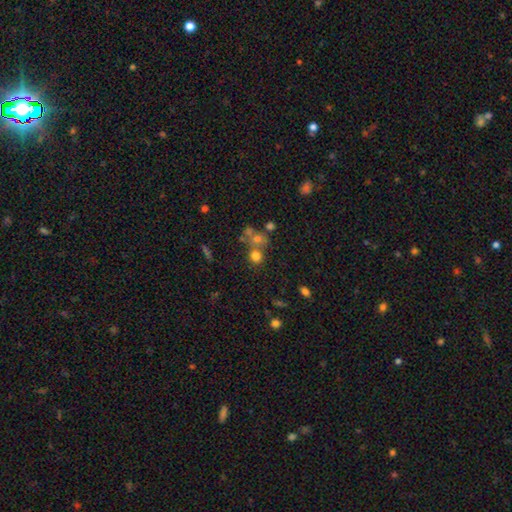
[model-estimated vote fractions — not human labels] This appears to be a smooth galaxy with no disk features (68%) that is round (82%). Merging: none (52%).